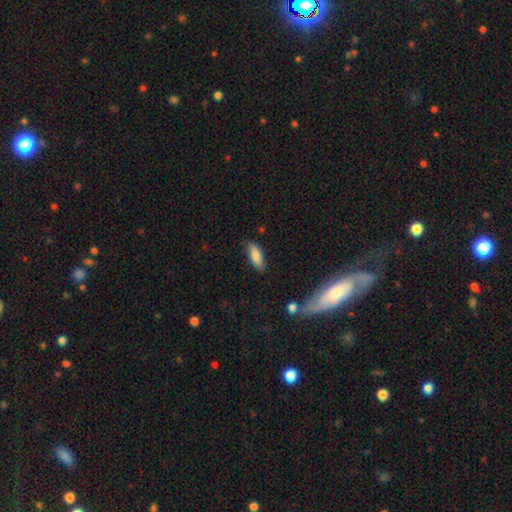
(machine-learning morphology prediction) Smooth or featured? smooth (84%)
How rounded? in between (70%)
Merging? none (80%)